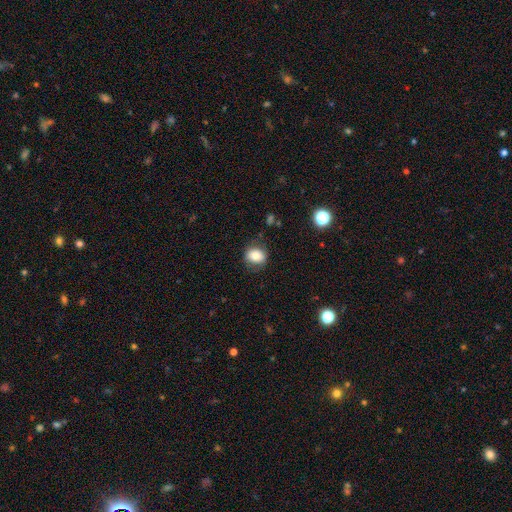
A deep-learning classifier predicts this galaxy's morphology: This appears to be a smooth galaxy with no disk features (77%) that is round (60%). Merging: none (79%).